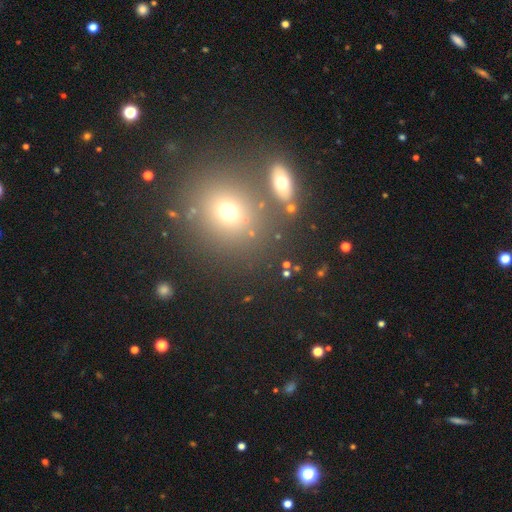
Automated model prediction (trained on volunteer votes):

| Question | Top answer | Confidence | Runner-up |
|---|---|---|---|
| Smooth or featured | smooth | 55% | star or artifact (31%) |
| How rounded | round | 72% | in between (26%) |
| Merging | none | 69% | merger (18%) |